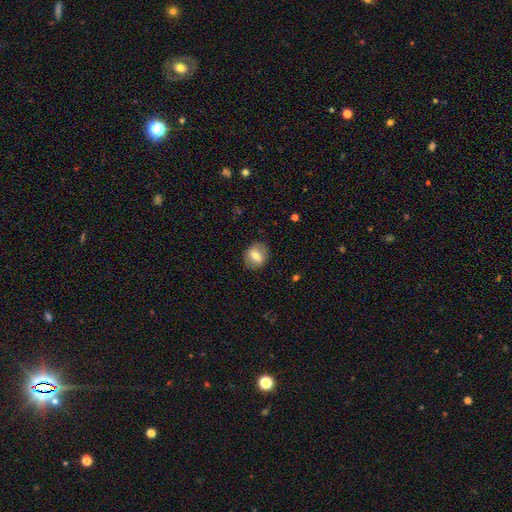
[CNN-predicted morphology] Smooth or featured: smooth — 65% (featured or disk — 27%)
How rounded: round — 62% (in between — 37%)
Merging: none — 85% (minor disturbance — 10%)